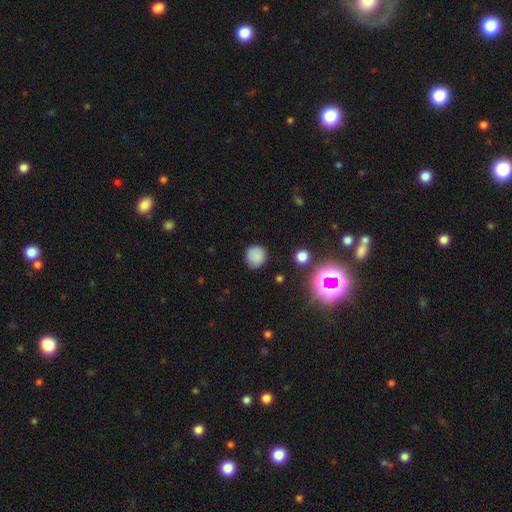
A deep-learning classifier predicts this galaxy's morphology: Overall: smooth (80%). How rounded: round (90%). Merging: none (83%).